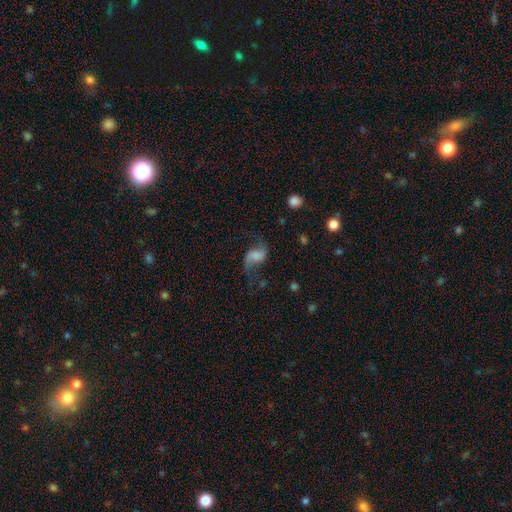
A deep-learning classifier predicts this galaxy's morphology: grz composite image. It shows a featured or disk galaxy (65%) with no bar (46%), 2 (90%) loose (81%) spiral arms (92%) and no central bulge (36%). Merging: none (58%).